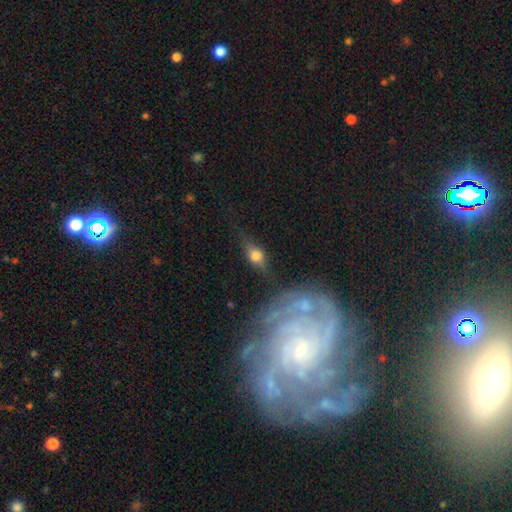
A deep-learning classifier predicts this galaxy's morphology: smooth 48%, featured or disk 41%, star or artifact 12%. Down the decision tree: merging — none (68%).